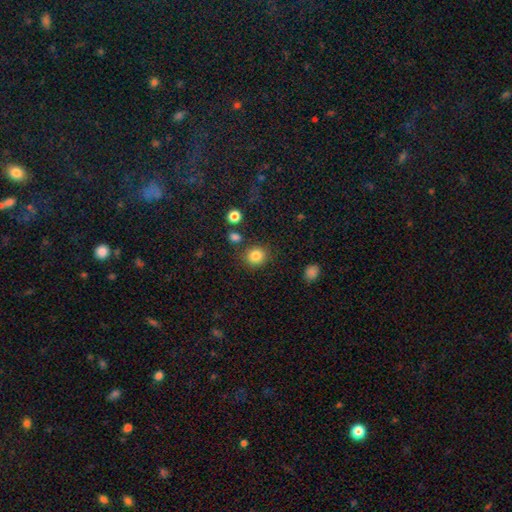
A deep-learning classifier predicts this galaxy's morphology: Smooth or featured? Predicted: smooth (p=0.84). How rounded? Predicted: round (p=0.84). Merging? Predicted: none (p=0.84).